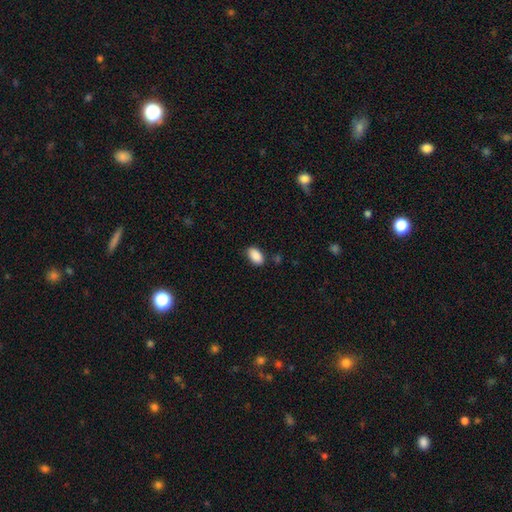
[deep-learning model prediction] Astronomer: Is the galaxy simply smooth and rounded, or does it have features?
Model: smooth — 90%.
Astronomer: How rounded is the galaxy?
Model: in between — 93%.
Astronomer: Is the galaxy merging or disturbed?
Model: none — 83%.